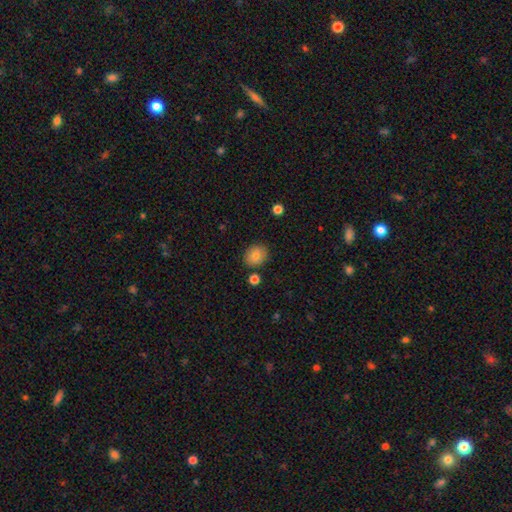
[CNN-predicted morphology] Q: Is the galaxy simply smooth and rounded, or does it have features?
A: smooth — 83%.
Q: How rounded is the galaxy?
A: round — 66%.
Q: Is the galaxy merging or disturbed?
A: none — 84%.